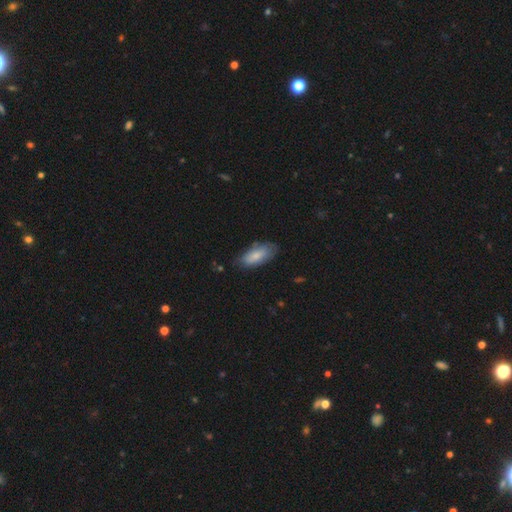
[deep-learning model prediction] Smooth or featured: smooth — 77% (featured or disk — 17%)
How rounded: in between — 85% (cigar-shaped — 13%)
Merging: none — 70% (minor disturbance — 24%)